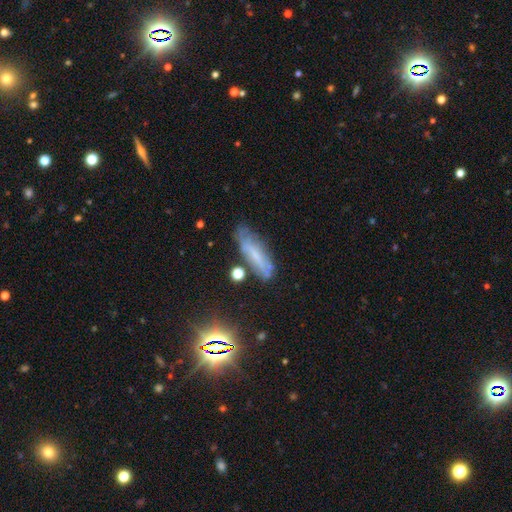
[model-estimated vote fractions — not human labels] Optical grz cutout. It shows a smooth galaxy with no disk features (47%). Merging: none (63%).